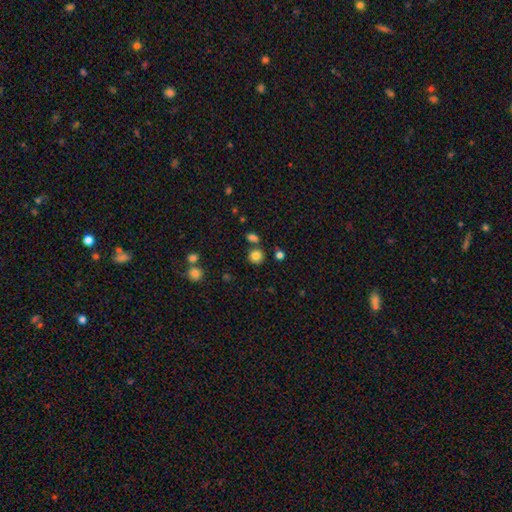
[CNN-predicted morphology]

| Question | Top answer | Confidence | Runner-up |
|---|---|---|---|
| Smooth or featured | smooth | 82% | star or artifact (12%) |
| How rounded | round | 87% | in between (12%) |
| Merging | none | 76% | merger (12%) |